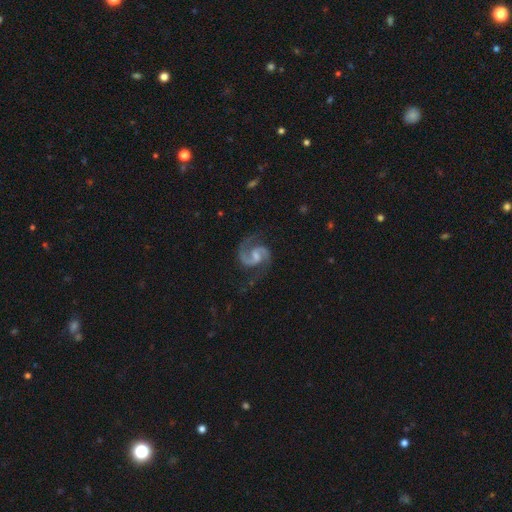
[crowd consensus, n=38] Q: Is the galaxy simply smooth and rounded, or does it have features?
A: featured or disk — 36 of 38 (95%).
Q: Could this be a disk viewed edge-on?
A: no — 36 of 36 (100%).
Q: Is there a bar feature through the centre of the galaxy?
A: weak — 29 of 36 (81%).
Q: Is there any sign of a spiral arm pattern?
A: yes — 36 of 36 (100%).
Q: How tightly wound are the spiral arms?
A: medium — 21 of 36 (58%).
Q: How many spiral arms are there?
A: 2 — 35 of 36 (97%).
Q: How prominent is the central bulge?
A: moderate — 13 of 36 (36%, tied with none).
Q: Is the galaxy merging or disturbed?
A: none — 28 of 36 (78%).